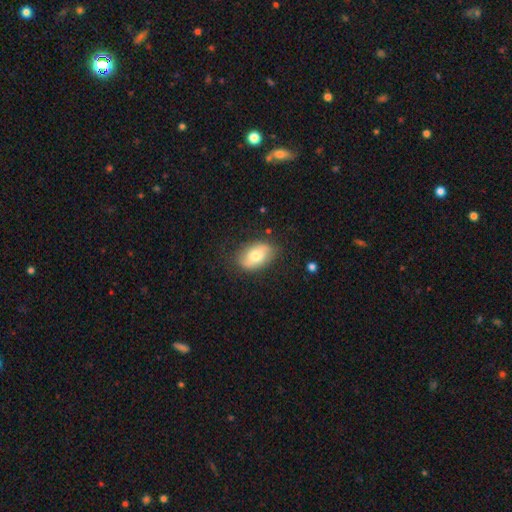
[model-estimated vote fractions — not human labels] smooth 70%, featured or disk 23%, star or artifact 7%. Down the decision tree: how rounded — in between (89%); merging — none (78%).